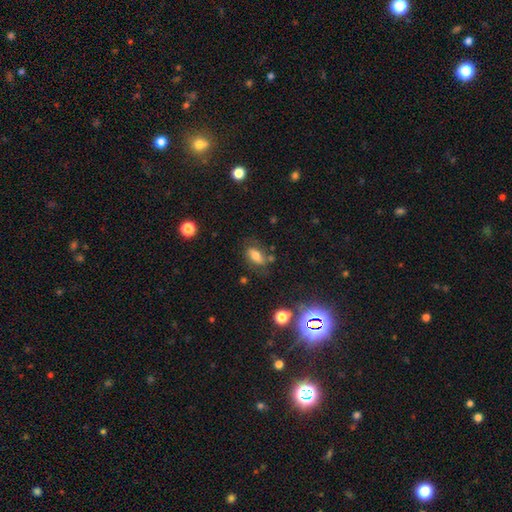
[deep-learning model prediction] Morphology: type=smooth (65%); roundness=in between (82%); merging=none (63%).